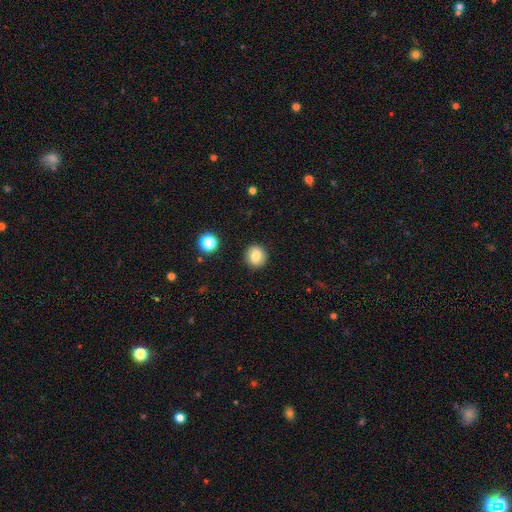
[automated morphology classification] smooth-or-featured: smooth: 79% | featured or disk: 11% | star or artifact: 10%
  how-rounded: round: 89% | in between: 10% | cigar-shaped: 1%
  merging: none: 90% | minor disturbance: 7% | major disturbance: 2% | merger: 2%